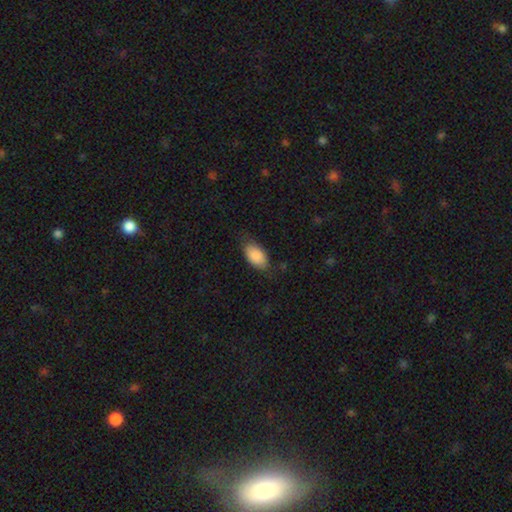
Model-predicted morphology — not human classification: This is clearly a smooth galaxy (87%). How rounded: clearly in between (94%). Merging: likely none (69%).